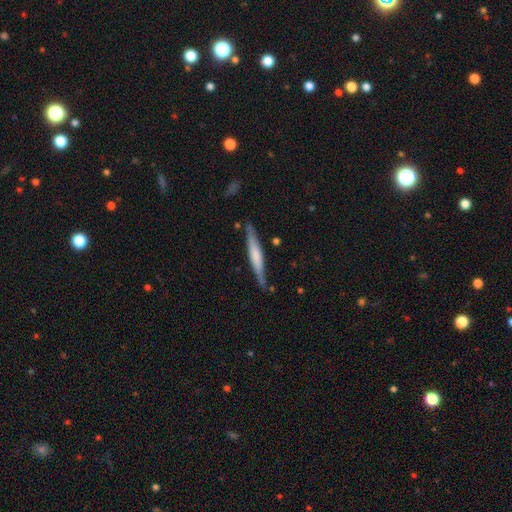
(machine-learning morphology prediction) A smooth galaxy with no disk features (48%).

Vote fractions:
- Smooth or featured? smooth: 48% / featured or disk: 47% / star or artifact: 5%
- Merging? none: 80% / minor disturbance: 14% / merger: 3% / major disturbance: 3%